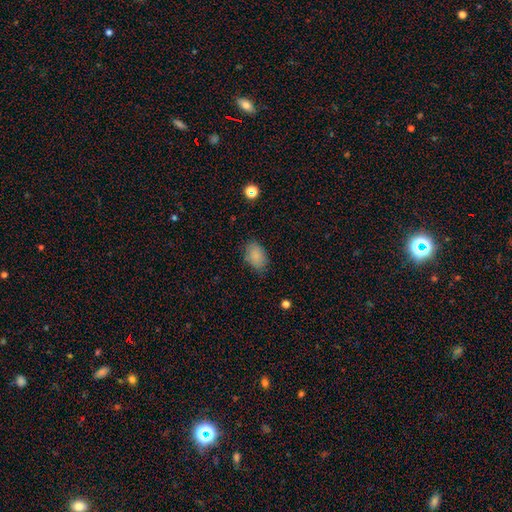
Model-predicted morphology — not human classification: Smooth or featured? smooth (85%)
How rounded? in between (88%)
Merging? none (76%)